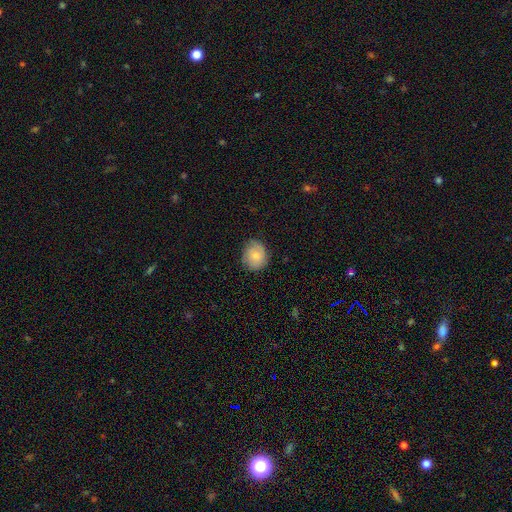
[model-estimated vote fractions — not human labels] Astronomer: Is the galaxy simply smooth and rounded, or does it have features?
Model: smooth — 77%.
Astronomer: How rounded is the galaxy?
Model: round — 69%.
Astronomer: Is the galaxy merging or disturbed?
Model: none — 76%.